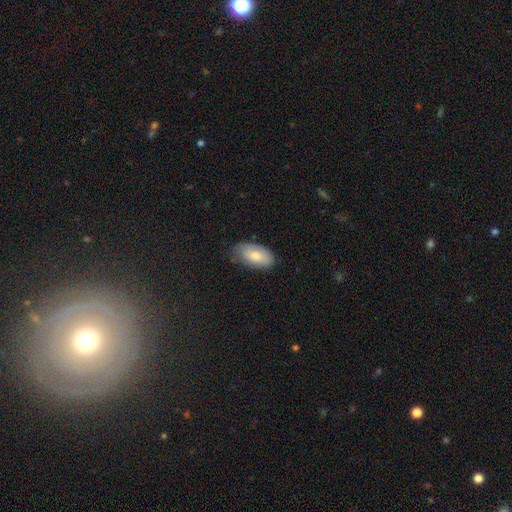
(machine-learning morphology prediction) smooth_or_featured: smooth (p=0.79) [alt: featured or disk p=0.15]
how_rounded: in between (p=0.94) [alt: cigar-shaped p=0.04]
merging: none (p=0.72) [alt: minor disturbance p=0.23]